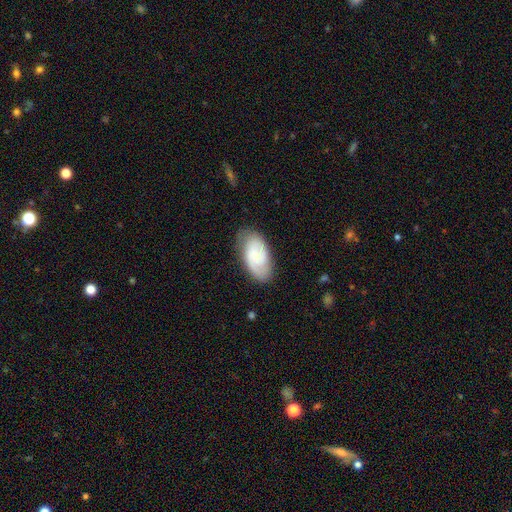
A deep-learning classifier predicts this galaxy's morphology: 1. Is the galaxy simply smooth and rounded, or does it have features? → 56% featured or disk, 37% smooth, 7% star or artifact.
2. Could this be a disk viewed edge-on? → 95% no, 5% yes.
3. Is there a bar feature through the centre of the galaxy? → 55% no, 38% weak, 7% strong.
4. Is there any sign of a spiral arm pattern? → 91% yes, 9% no.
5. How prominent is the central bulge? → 57% small, 23% none, 17% moderate, 3% large, 1% dominant.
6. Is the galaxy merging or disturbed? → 74% none, 19% minor disturbance, 5% major disturbance, 1% merger.